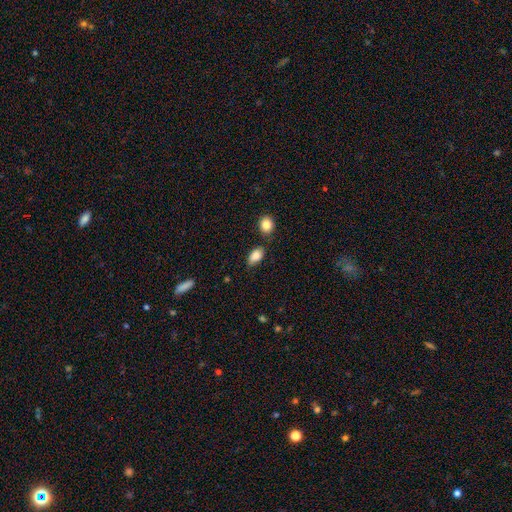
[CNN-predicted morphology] This appears to be a smooth galaxy with no disk features (86%) that is in between round and cigar-shaped (90%). Merging: none (70%).